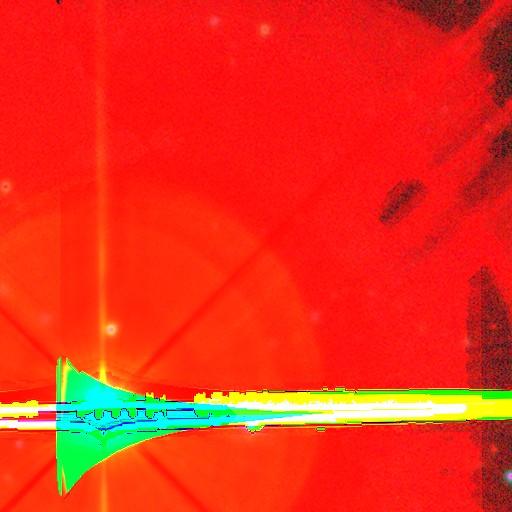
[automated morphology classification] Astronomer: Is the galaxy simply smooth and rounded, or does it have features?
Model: star or artifact — 89%.